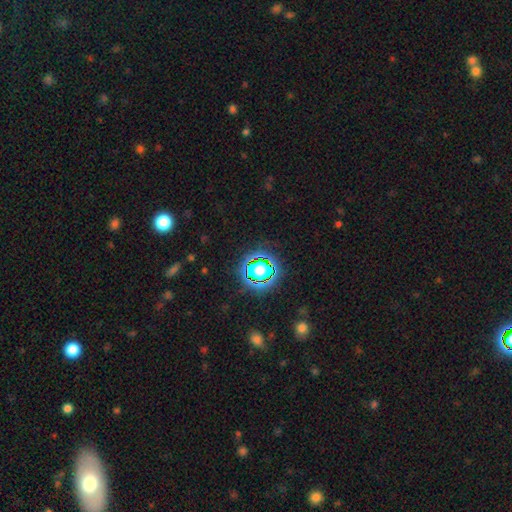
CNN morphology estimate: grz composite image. It shows a star or artifact, not a galaxy (78%).